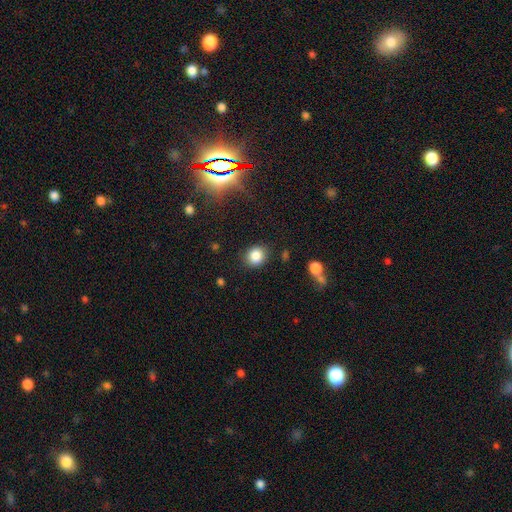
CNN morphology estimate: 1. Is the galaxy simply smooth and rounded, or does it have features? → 84% smooth, 10% star or artifact, 5% featured or disk.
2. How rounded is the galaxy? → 69% round, 30% in between, 1% cigar-shaped.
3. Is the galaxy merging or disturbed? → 85% none, 10% minor disturbance, 3% major disturbance, 2% merger.